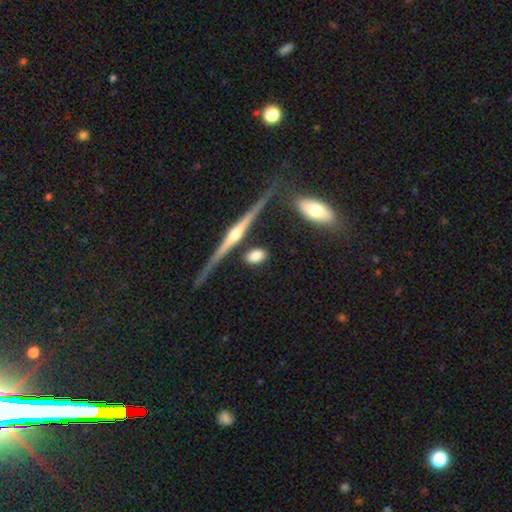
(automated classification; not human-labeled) Smooth or featured? Predicted: smooth (p=0.70). How rounded? Predicted: in between (p=0.63). Merging? Predicted: none (p=0.78).